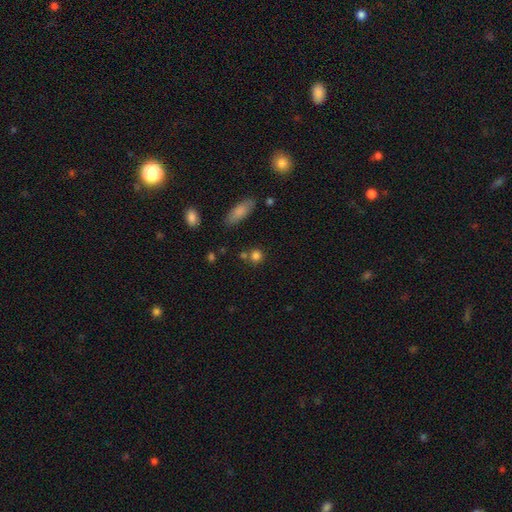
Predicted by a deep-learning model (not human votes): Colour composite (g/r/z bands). It shows a smooth galaxy with no disk features (80%) that is round (85%). Merging: none (66%).